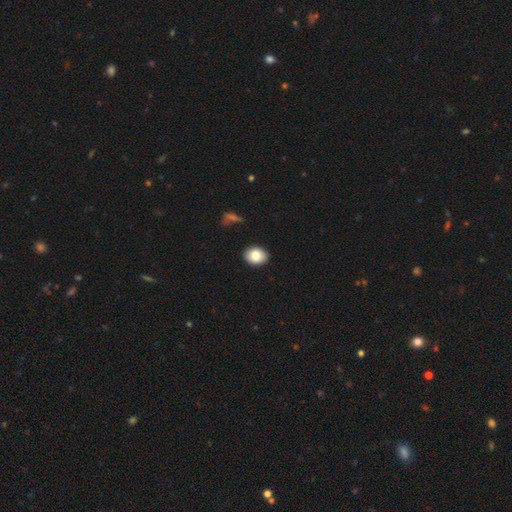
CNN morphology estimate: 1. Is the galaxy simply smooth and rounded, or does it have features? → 84% smooth, 8% featured or disk, 8% star or artifact.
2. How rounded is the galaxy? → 65% in between, 34% round, 1% cigar-shaped.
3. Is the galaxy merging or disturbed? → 89% none, 8% minor disturbance, 2% major disturbance, 1% merger.